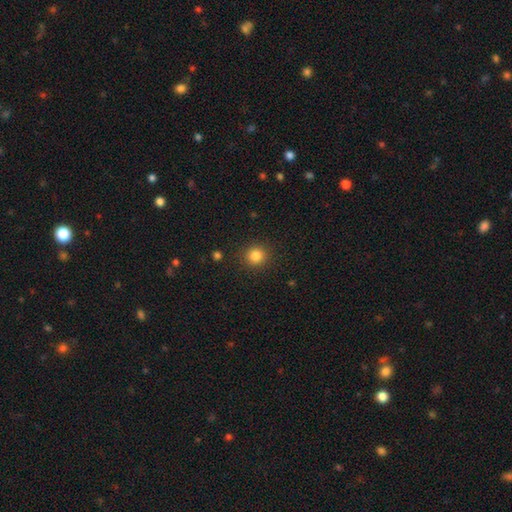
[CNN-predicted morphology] smooth_or_featured: smooth (p=0.84) [alt: star or artifact p=0.12]
how_rounded: round (p=0.91) [alt: in between p=0.08]
merging: none (p=0.89) [alt: minor disturbance p=0.07]